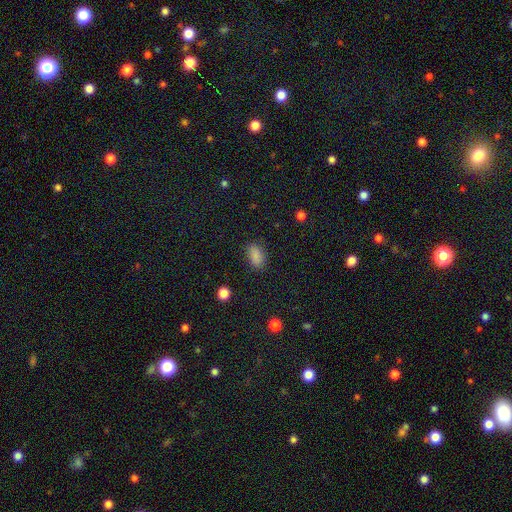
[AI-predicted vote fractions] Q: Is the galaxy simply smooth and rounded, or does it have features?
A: smooth — 86%.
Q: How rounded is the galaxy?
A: in between — 90%.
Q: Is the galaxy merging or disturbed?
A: none — 83%.